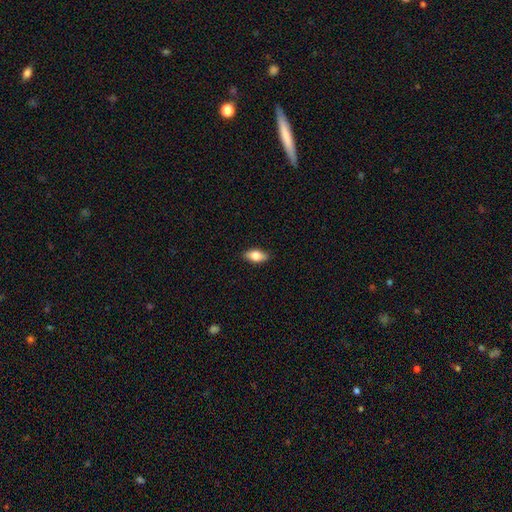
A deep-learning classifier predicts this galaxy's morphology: type=smooth (77%); roundness=in between (88%); merging=none (88%).